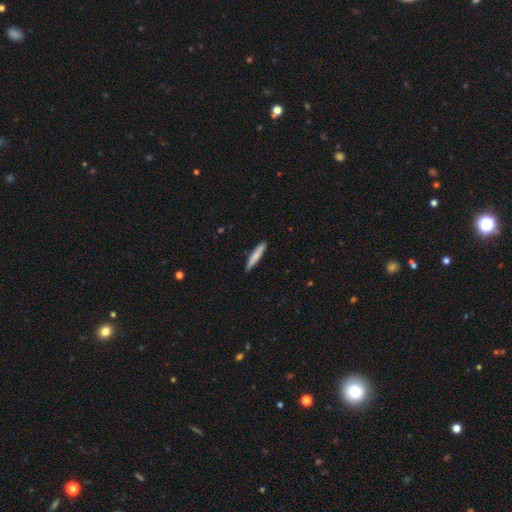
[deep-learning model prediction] Smooth or featured? Predicted: smooth (p=0.77). How rounded? Predicted: cigar-shaped (p=0.93). Merging? Predicted: none (p=0.89).